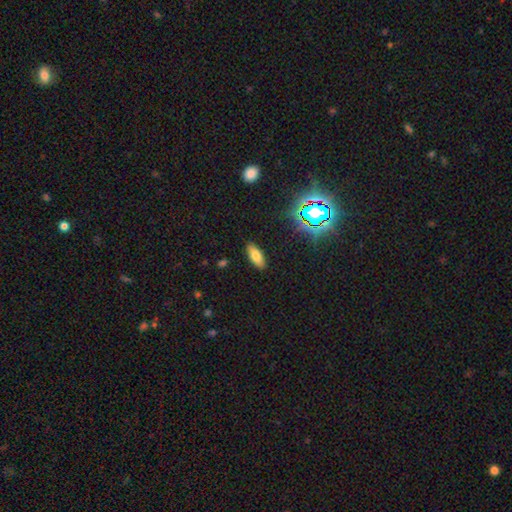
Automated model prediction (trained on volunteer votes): A smooth galaxy with no disk features (74%) that is in between round and cigar-shaped (75%). Merging: none (88%).